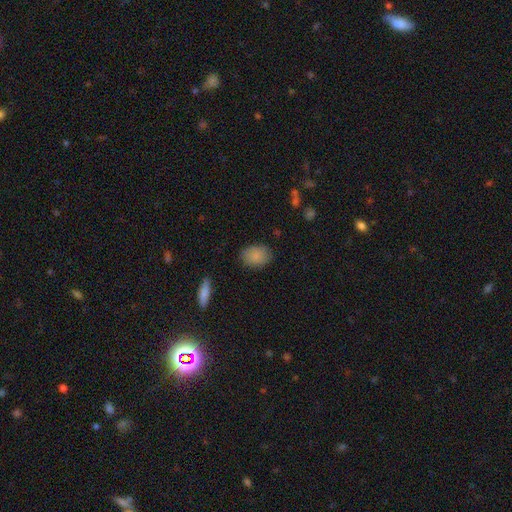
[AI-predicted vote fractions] The model was most divided on "how rounded": in between: 76%, round: 23%, cigar-shaped: 1%. More confident: smooth or featured — smooth (86%); merging — none (80%).